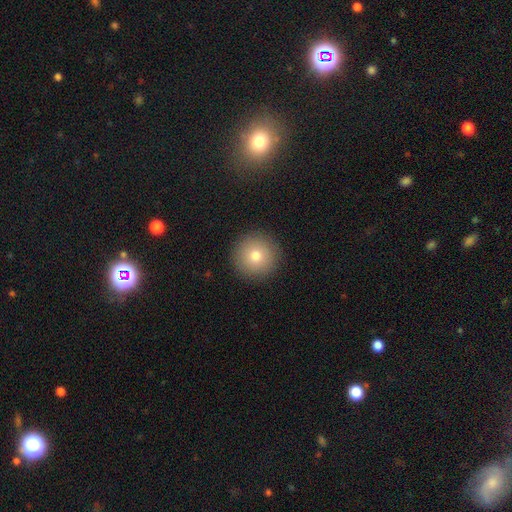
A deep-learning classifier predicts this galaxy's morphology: The model was most divided on "smooth or featured": smooth: 77%, featured or disk: 12%, star or artifact: 11%. More confident: how rounded — round (96%); merging — none (92%).